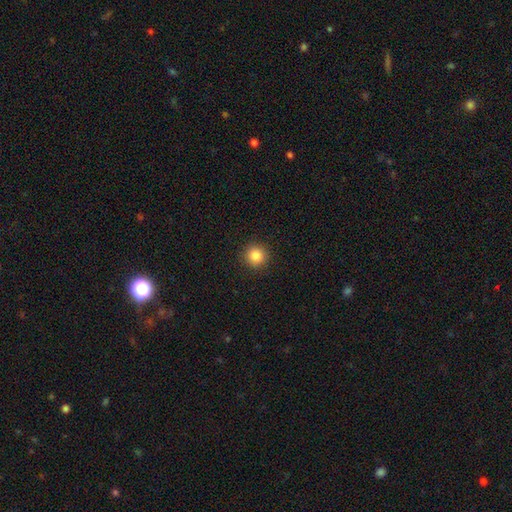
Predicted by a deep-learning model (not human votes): This is clearly a smooth galaxy (85%). How rounded: clearly round (94%). Merging: clearly none (92%).